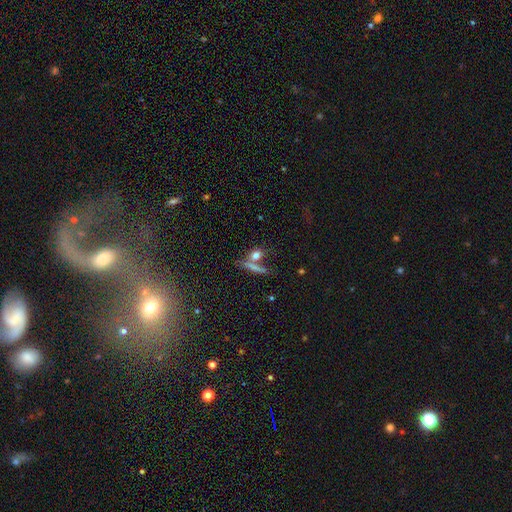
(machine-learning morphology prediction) Smooth or featured? smooth (71%)
How rounded? round (40%)
Merging? none (57%)